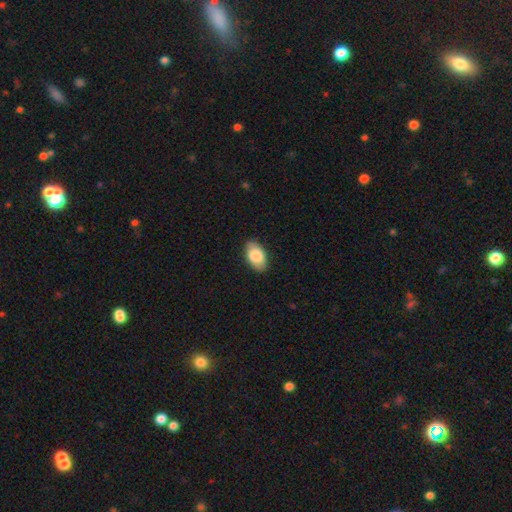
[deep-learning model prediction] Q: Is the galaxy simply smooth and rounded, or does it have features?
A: smooth — 83%.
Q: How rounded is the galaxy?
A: in between — 94%.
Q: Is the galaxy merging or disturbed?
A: none — 86%.